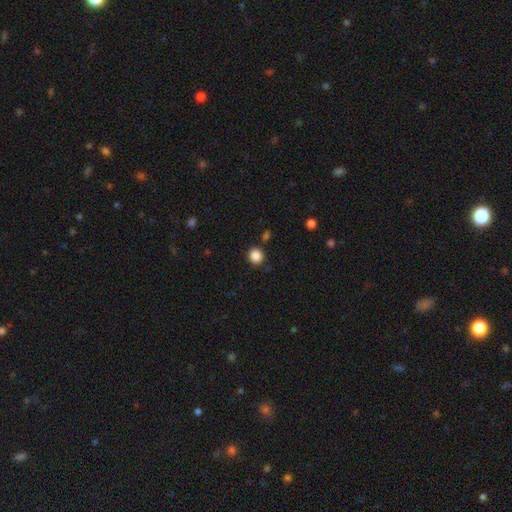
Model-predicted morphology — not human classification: Q: Smooth or featured?
A: smooth (87%); runner-up: star or artifact (11%)
Q: How rounded?
A: round (89%); runner-up: in between (10%)
Q: Merging?
A: none (87%); runner-up: minor disturbance (7%)